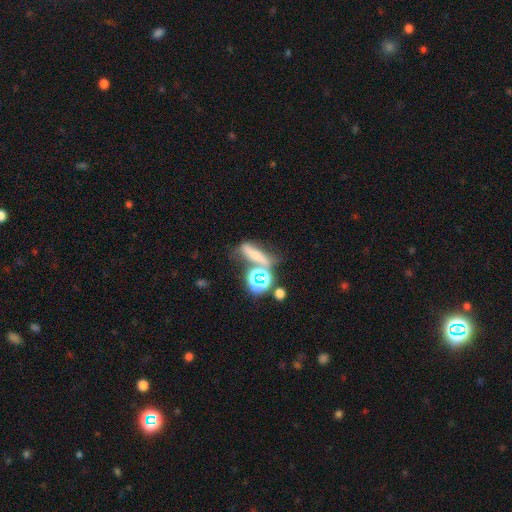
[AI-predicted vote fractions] Overall: smooth (50%; star or artifact 28%). Merging: none (49%; merger 22%).